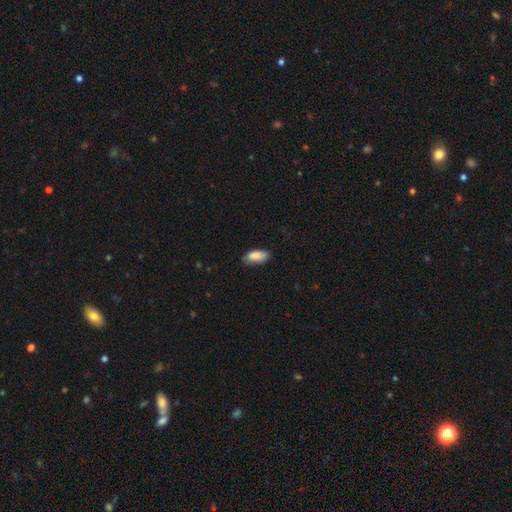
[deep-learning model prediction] Q: Smooth or featured?
A: smooth (87%); runner-up: star or artifact (6%)
Q: How rounded?
A: in between (88%); runner-up: cigar-shaped (9%)
Q: Merging?
A: none (72%); runner-up: minor disturbance (23%)